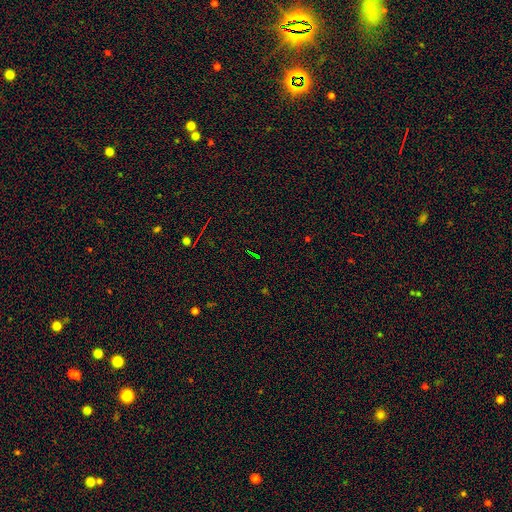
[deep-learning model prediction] star or artifact 73%, smooth 16%, featured or disk 11%.